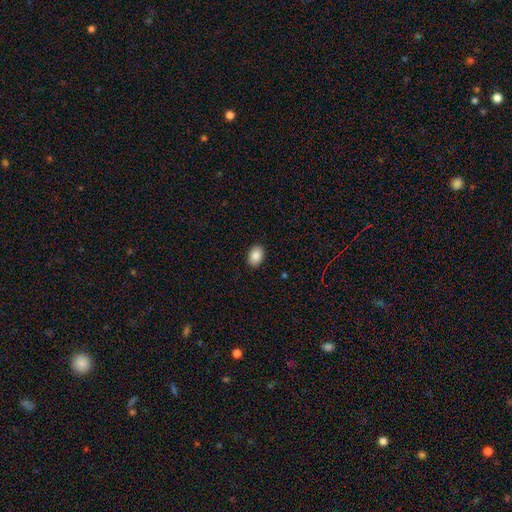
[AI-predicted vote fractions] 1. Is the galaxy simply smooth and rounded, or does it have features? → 88% smooth, 8% star or artifact, 4% featured or disk.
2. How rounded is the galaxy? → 80% in between, 19% round, 1% cigar-shaped.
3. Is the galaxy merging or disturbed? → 90% none, 7% minor disturbance, 2% major disturbance, 1% merger.